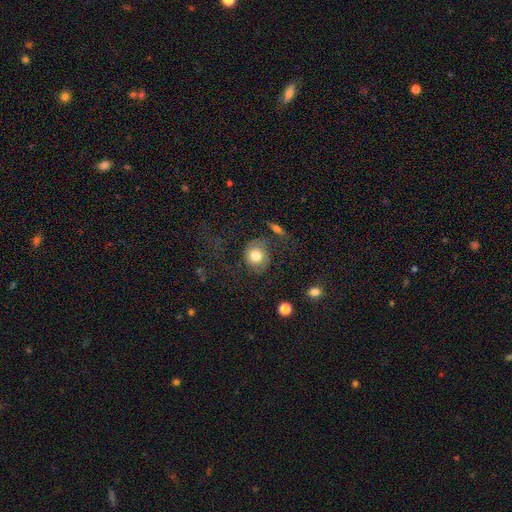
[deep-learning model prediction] Smooth or featured? smooth (69%)
How rounded? round (75%)
Merging? none (58%)